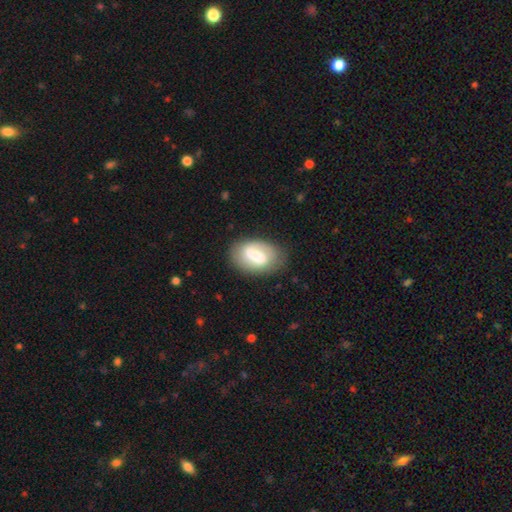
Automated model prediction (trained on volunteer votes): This is possibly a smooth galaxy (53%). How rounded: clearly in between (88%). Merging: likely none (73%).